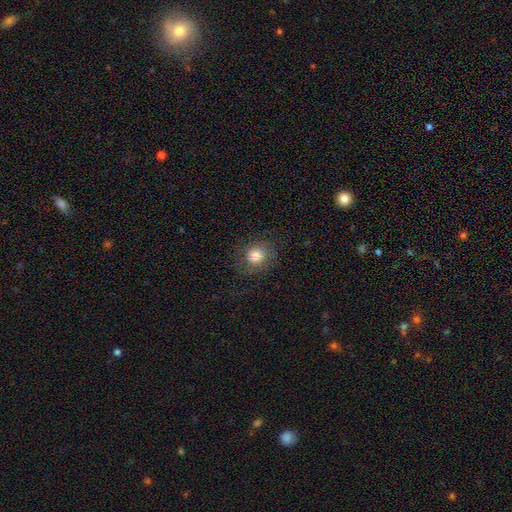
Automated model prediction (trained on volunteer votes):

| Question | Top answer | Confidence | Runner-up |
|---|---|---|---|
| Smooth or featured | smooth | 71% | featured or disk (18%) |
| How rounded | round | 83% | in between (16%) |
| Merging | none | 71% | minor disturbance (15%) |